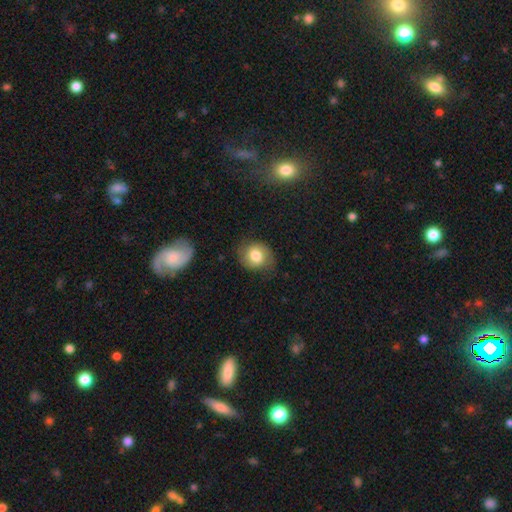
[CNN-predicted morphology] type=smooth (70%); roundness=round (69%); merging=none (70%).